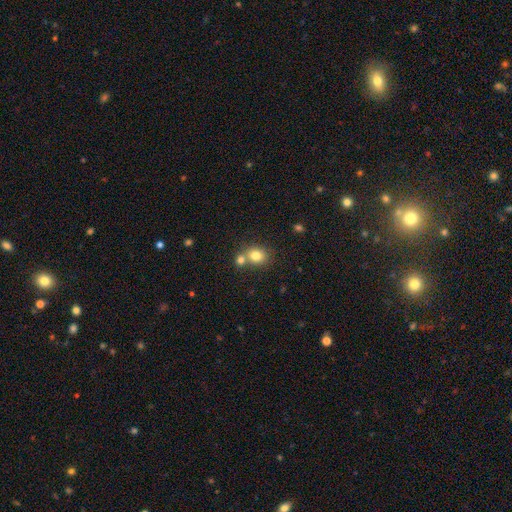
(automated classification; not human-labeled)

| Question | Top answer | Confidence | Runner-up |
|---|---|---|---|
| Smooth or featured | smooth | 79% | star or artifact (11%) |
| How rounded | round | 68% | in between (31%) |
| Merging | none | 50% | merger (38%) |